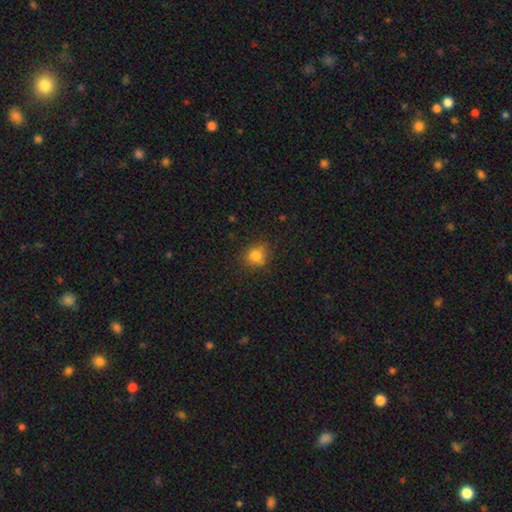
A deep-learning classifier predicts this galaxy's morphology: smooth 78%, star or artifact 14%, featured or disk 8%. Down the decision tree: how rounded — round (80%); merging — none (73%).